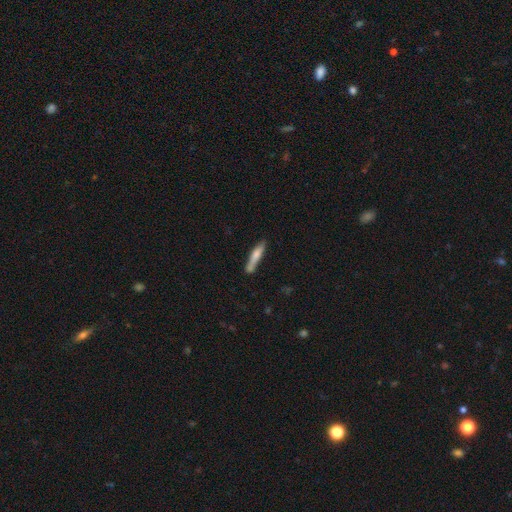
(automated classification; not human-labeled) Smooth or featured: smooth — 67% (featured or disk — 27%)
How rounded: cigar-shaped — 87% (in between — 11%)
Merging: none — 65% (minor disturbance — 20%)